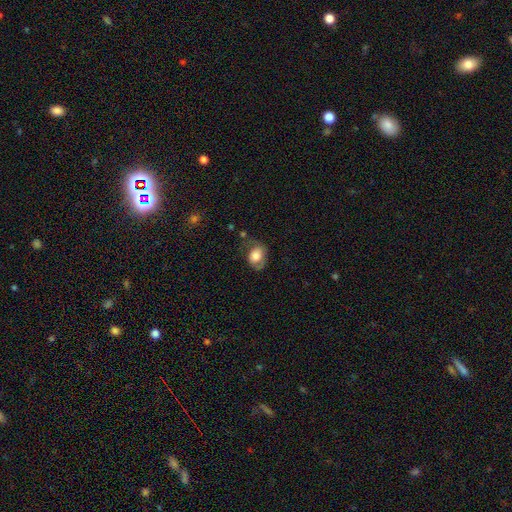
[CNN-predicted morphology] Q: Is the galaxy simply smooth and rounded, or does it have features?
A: smooth — 69%.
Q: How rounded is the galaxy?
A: in between — 63%.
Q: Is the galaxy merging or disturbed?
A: none — 46%.